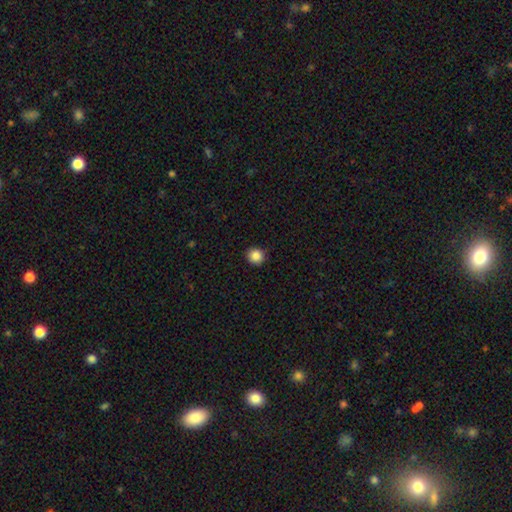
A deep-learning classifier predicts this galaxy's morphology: This appears to be a smooth galaxy with no disk features (86%) that is round (90%). Merging: none (90%).